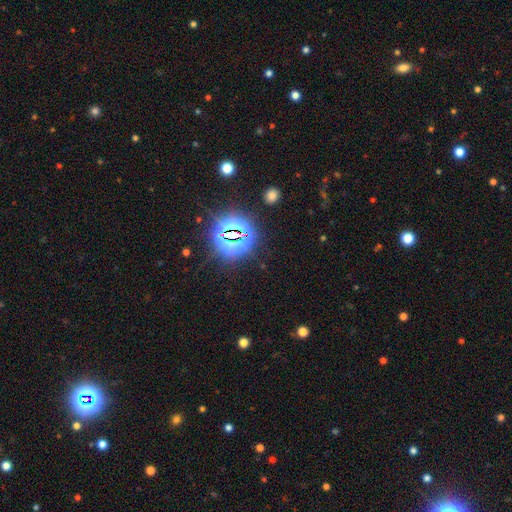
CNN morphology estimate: The model was most divided on "smooth or featured": star or artifact: 83%, smooth: 10%, featured or disk: 7%.